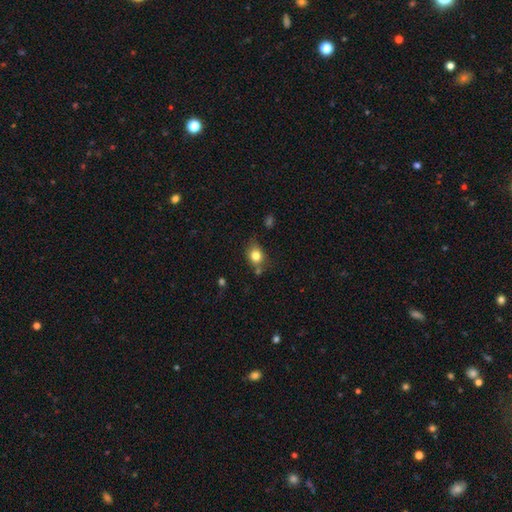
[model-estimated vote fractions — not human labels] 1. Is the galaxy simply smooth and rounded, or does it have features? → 79% smooth, 11% star or artifact, 10% featured or disk.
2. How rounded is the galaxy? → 56% round, 43% in between, 1% cigar-shaped.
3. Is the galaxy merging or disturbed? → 66% none, 20% minor disturbance, 8% merger, 5% major disturbance.